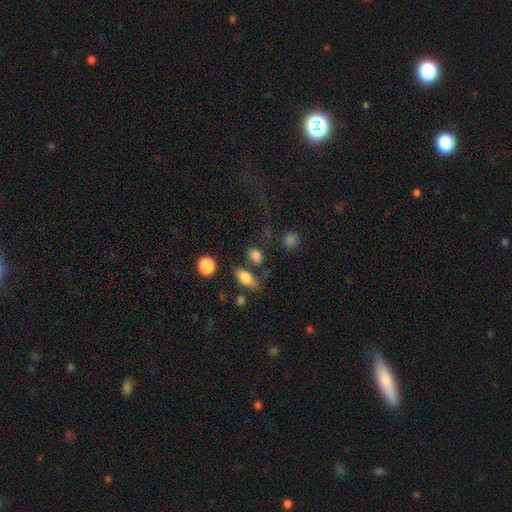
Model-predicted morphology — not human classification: The model was most divided on "merging": none: 63%, minor disturbance: 16%, merger: 13%, major disturbance: 8%. More confident: smooth or featured — smooth (80%); how rounded — in between (78%).